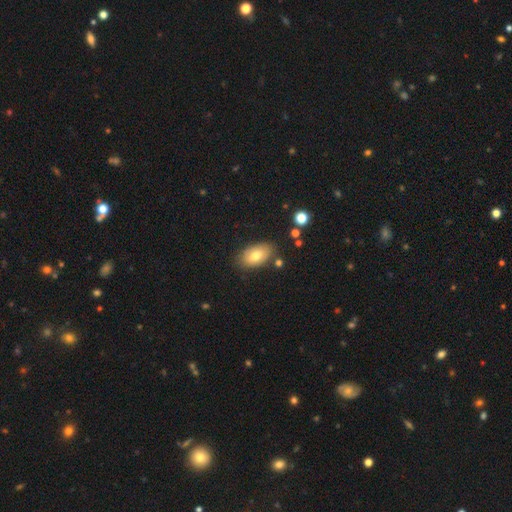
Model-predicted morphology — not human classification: A smooth galaxy with no disk features (76%) that is in between round and cigar-shaped (93%).

Vote fractions:
- Smooth or featured? smooth: 76% / featured or disk: 17% / star or artifact: 8%
- How rounded? in between: 93% / round: 6% / cigar-shaped: 2%
- Merging? none: 80% / minor disturbance: 14% / merger: 3% / major disturbance: 3%